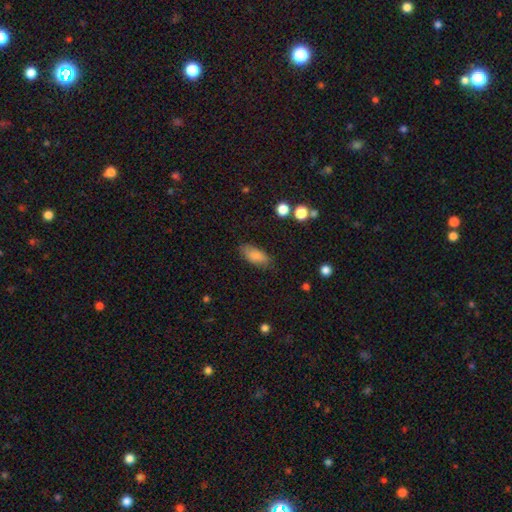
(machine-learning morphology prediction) A smooth galaxy with no disk features (85%) that is in between round and cigar-shaped (84%). Merging: none (79%).